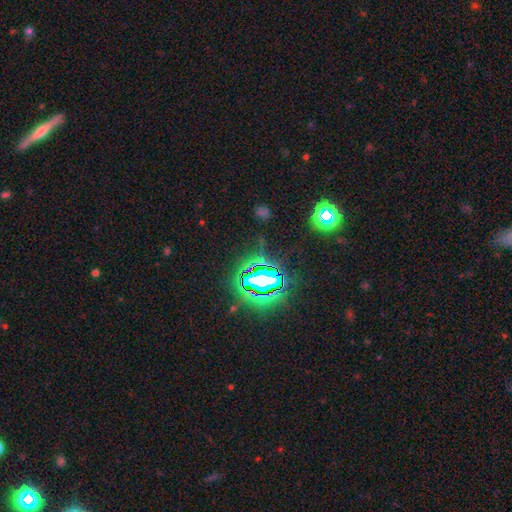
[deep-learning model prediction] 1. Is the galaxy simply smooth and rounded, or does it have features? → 79% star or artifact, 12% smooth, 9% featured or disk.